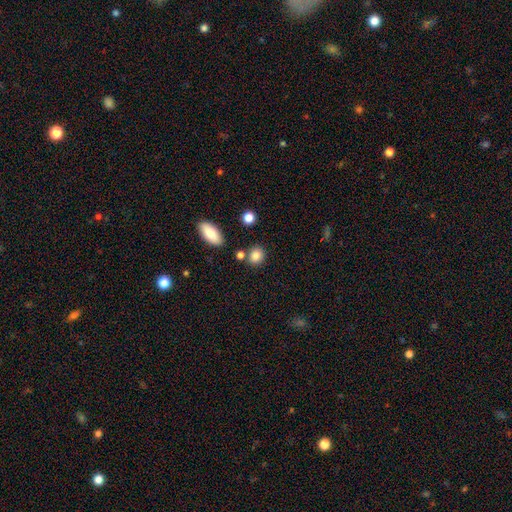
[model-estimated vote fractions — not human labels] smooth 85%, star or artifact 10%, featured or disk 5%. Down the decision tree: how rounded — round (69%); merging — none (77%).